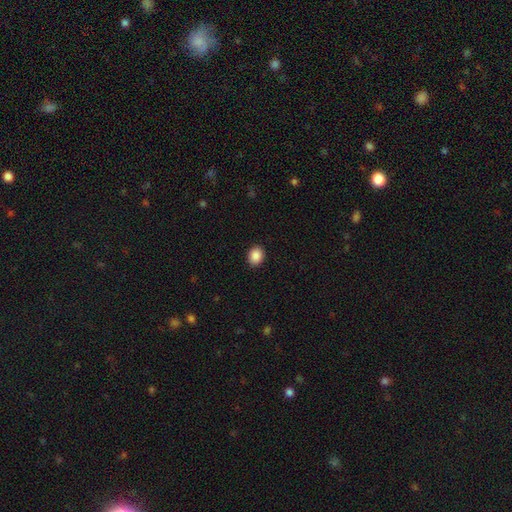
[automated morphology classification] Overall: smooth (89%). How rounded: in between (54%; round 45%). Merging: none (91%).